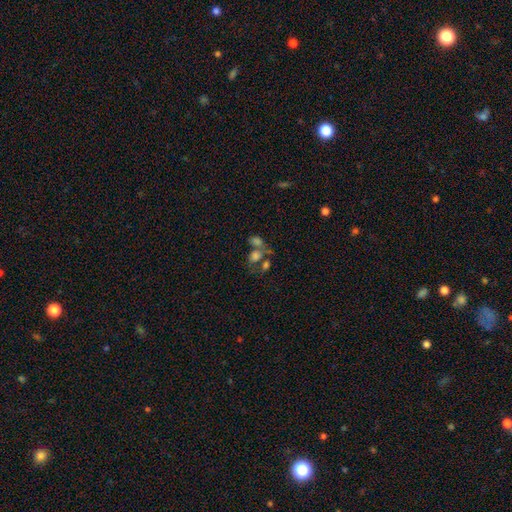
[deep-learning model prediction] Morphology: type=smooth (70%); roundness=in between (61%); merging=merger (50%).